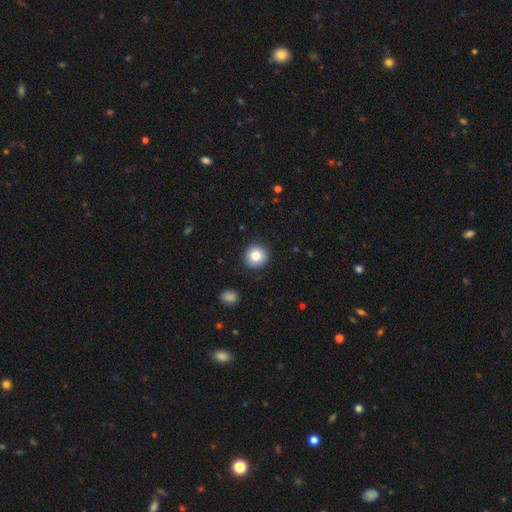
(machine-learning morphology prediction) This is clearly a smooth galaxy (82%). How rounded: clearly round (93%). Merging: clearly none (90%).